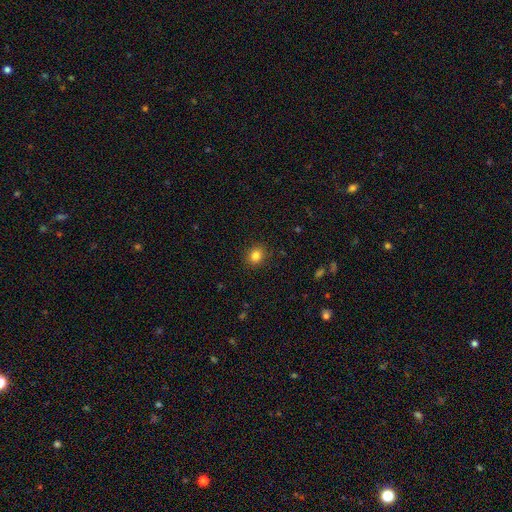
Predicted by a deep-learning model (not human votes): Smooth or featured: smooth — 84% (star or artifact — 11%)
How rounded: round — 73% (in between — 26%)
Merging: none — 90% (minor disturbance — 7%)